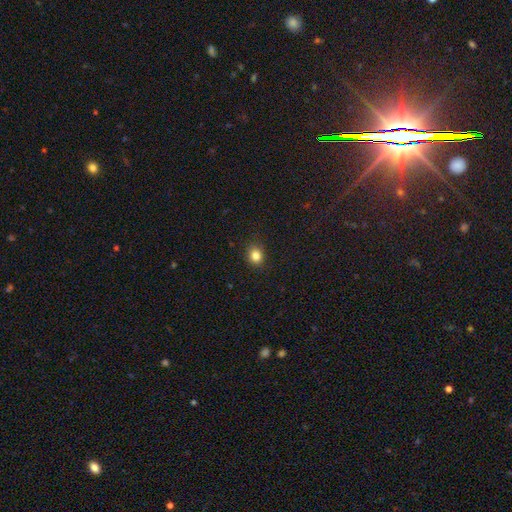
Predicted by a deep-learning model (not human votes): Smooth or featured: smooth — 84% (star or artifact — 12%)
How rounded: round — 73% (in between — 26%)
Merging: none — 90% (minor disturbance — 7%)